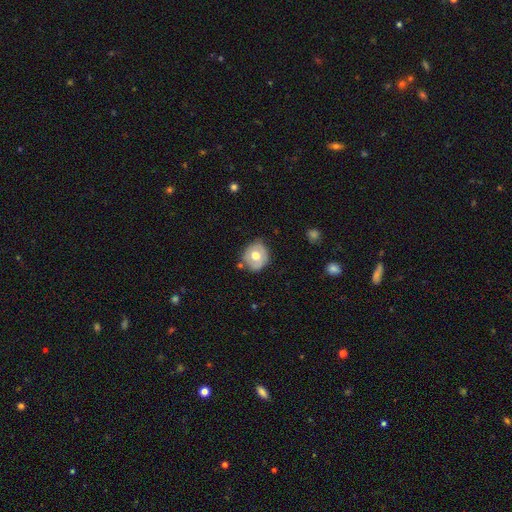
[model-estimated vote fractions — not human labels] A smooth galaxy with no disk features (56%) that is round (78%). Merging: none (73%).